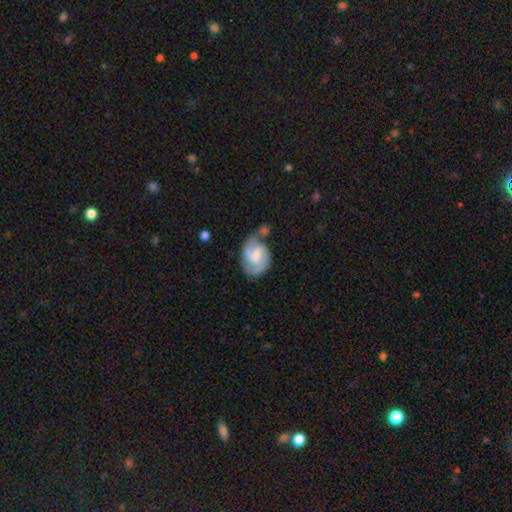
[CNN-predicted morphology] Smooth or featured? featured or disk (71%)
Edge-on disk? no (98%)
Bar? weak (53%)
Spiral arms? yes (90%)
Spiral winding? medium (47%)
Spiral arm count? 2 (71%)
Bulge size? moderate (36%)
Merging? none (42%)